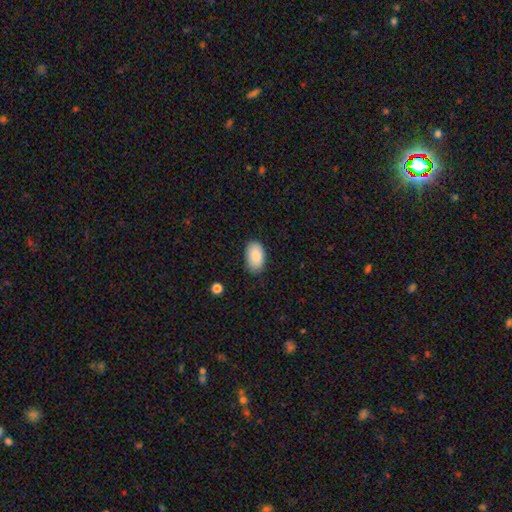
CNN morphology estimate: A smooth galaxy with no disk features (87%) that is in between round and cigar-shaped (93%). Merging: none (82%).